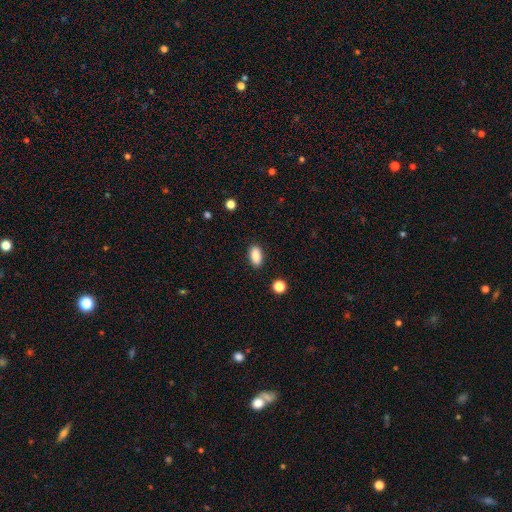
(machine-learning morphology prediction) This appears to be a smooth galaxy with no disk features (88%) that is in between round and cigar-shaped (90%). Merging: none (88%).